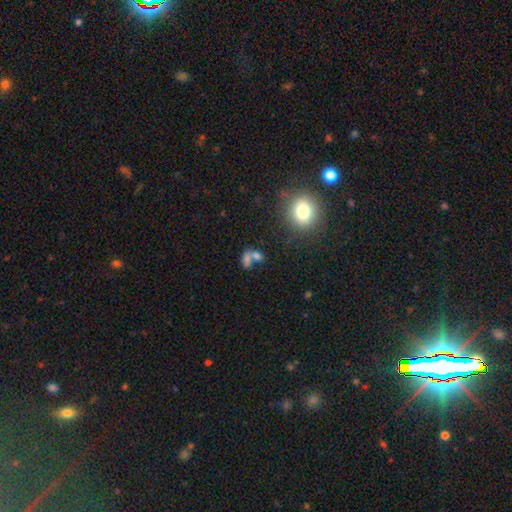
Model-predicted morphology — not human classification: Smooth or featured?
  - smooth: 70% *
  - star or artifact: 16%
  - featured or disk: 14%
How rounded?
  - in between: 69% *
  - round: 25%
  - cigar-shaped: 6%
Merging?
  - merger: 52% *
  - none: 32%
  - minor disturbance: 9%
  - major disturbance: 7%